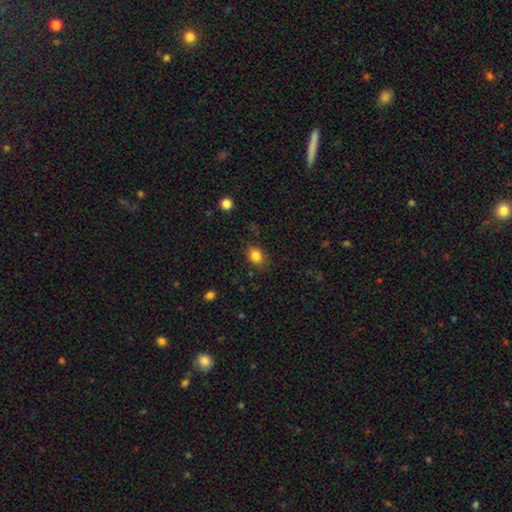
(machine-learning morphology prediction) Smooth or featured: smooth — 84% (star or artifact — 10%)
How rounded: in between — 59% (round — 40%)
Merging: none — 80% (minor disturbance — 15%)